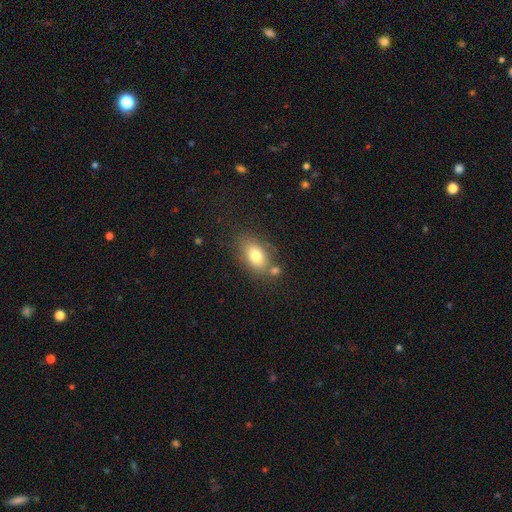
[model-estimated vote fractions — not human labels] Morphology: type=smooth (77%); roundness=in between (85%); merging=none (66%).